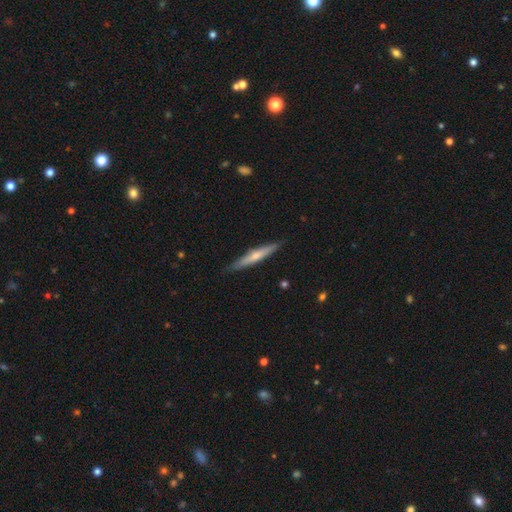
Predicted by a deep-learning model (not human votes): Overall: smooth (50%; featured or disk 45%). Merging: none (86%).